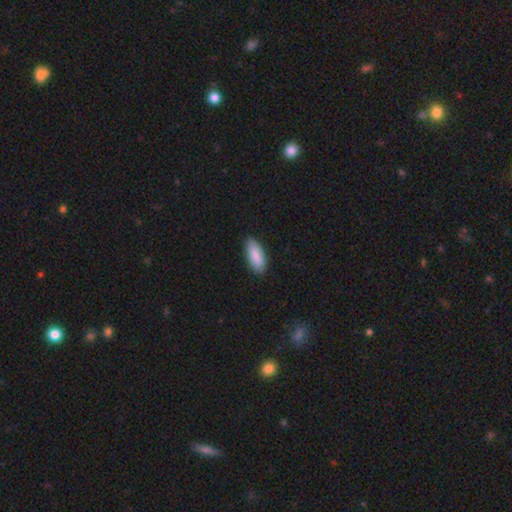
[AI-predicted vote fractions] This is clearly a smooth galaxy (89%). How rounded: clearly in between (81%). Merging: clearly none (87%).